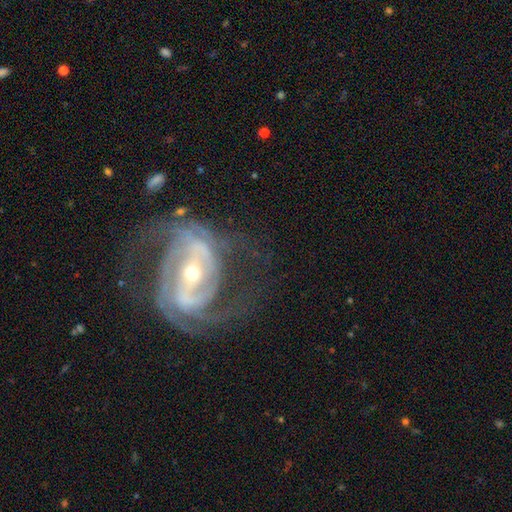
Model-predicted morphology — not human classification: A featured or disk galaxy (89%) with a strong bar (48%), 2 (70%) medium (49%) spiral arms (95%) and a moderate central bulge (48%).

Vote fractions:
- Smooth or featured? featured or disk: 89% / star or artifact: 6% / smooth: 5%
- Edge-on disk? no: 97% / yes: 3%
- Bar? strong: 48% / weak: 32% / no: 20%
- Spiral arms? yes: 95% / no: 5%
- Spiral winding? medium: 49% / tight: 35% / loose: 17%
- Spiral arm count? 2: 70% / 3: 11% / can't tell: 9% / 4: 4% / 1: 3% / more than 4: 3%
- Bulge size? moderate: 48% / small: 47% / large: 3% / dominant: 1% / none: 1%
- Merging? none: 63% / major disturbance: 19% / minor disturbance: 17% / merger: 2%